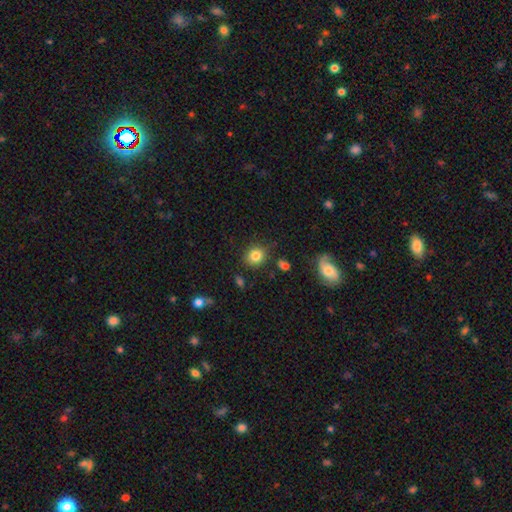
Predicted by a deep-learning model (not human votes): A smooth galaxy with no disk features (83%) that is round (75%). Merging: none (82%).